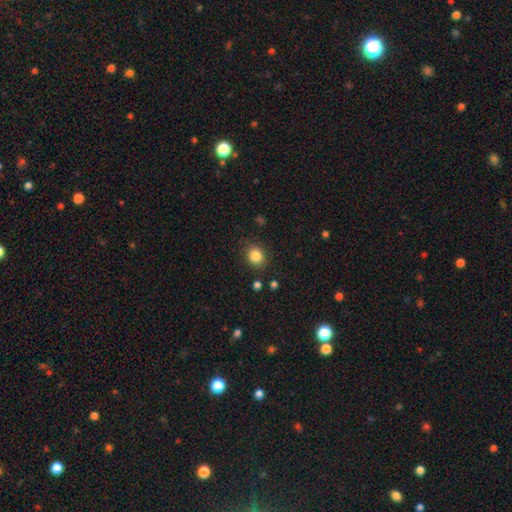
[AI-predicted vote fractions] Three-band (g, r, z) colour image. It shows a smooth galaxy with no disk features (84%) that is round (65%). Merging: none (85%).